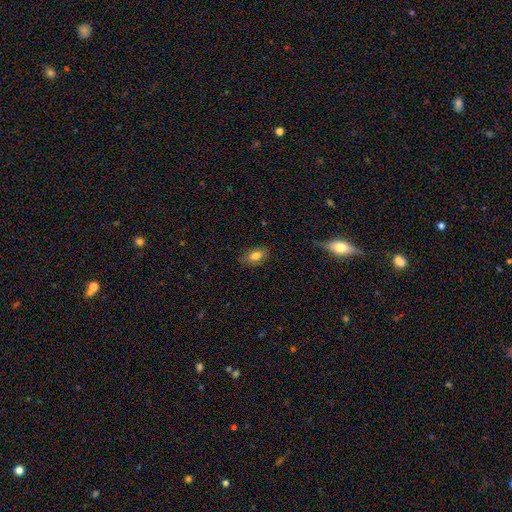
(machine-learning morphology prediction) smooth_or_featured: smooth (p=0.76) [alt: featured or disk p=0.15]
how_rounded: in between (p=0.88) [alt: round p=0.08]
merging: none (p=0.79) [alt: minor disturbance p=0.16]